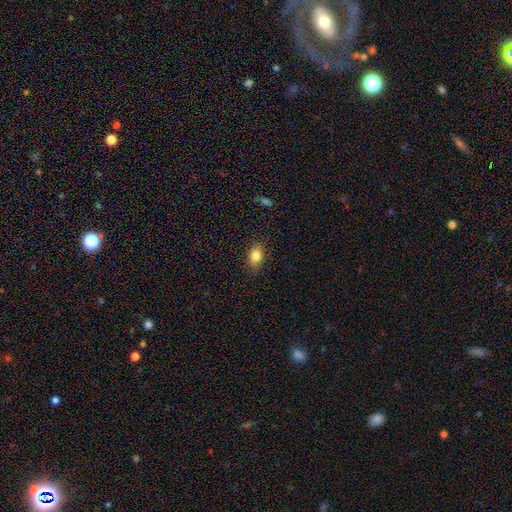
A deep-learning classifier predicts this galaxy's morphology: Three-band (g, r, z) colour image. It shows a smooth galaxy with no disk features (84%) that is in between round and cigar-shaped (80%). Merging: none (86%).